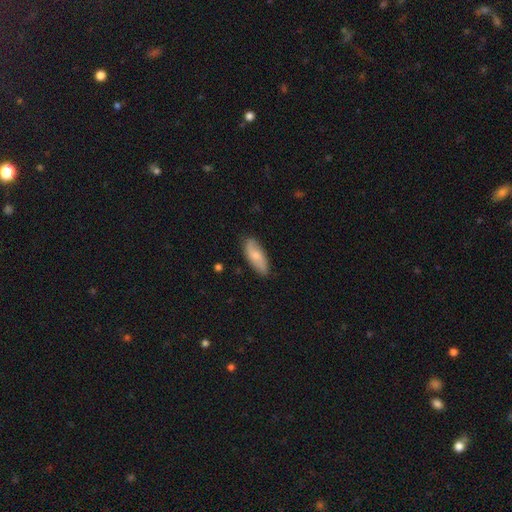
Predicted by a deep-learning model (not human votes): Overall: smooth (67%; featured or disk 28%). How rounded: in between (74%). Merging: none (81%).